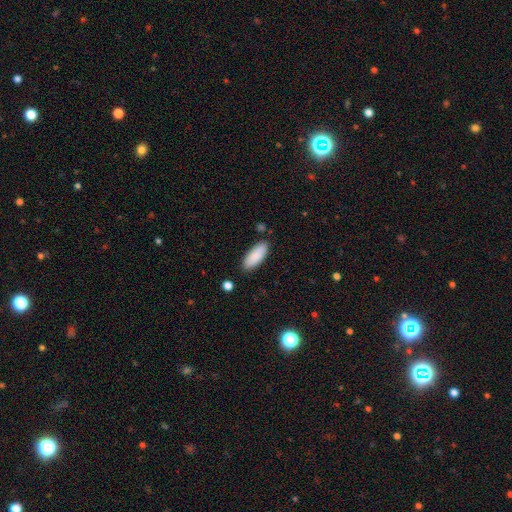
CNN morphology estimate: Smooth or featured: smooth — 88% (featured or disk — 6%)
How rounded: in between — 76% (cigar-shaped — 22%)
Merging: none — 85% (minor disturbance — 11%)